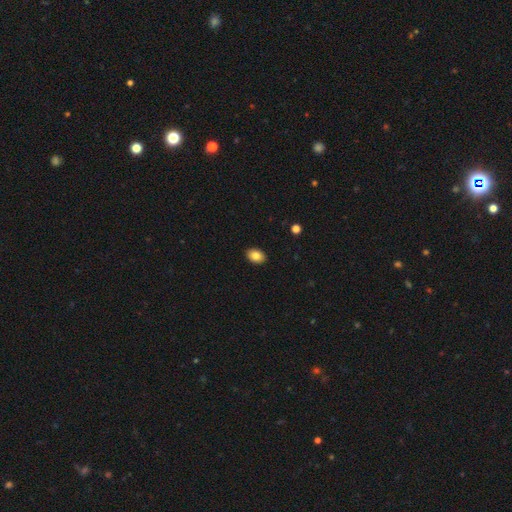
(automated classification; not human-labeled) A smooth galaxy with no disk features (84%) that is in between round and cigar-shaped (79%). Merging: none (91%).